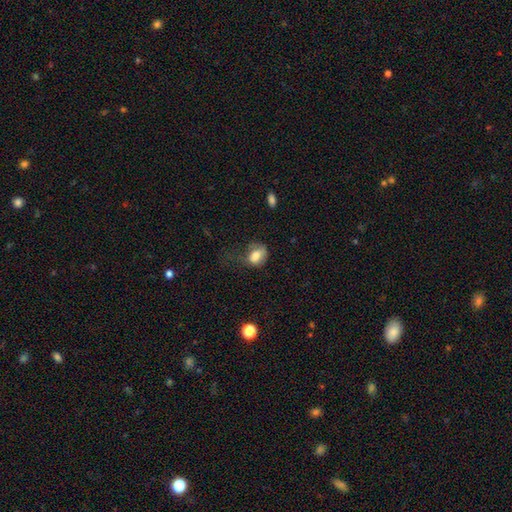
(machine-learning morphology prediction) Overall: smooth (75%). How rounded: in between (67%; round 32%). Merging: major disturbance (38%; none 30%).